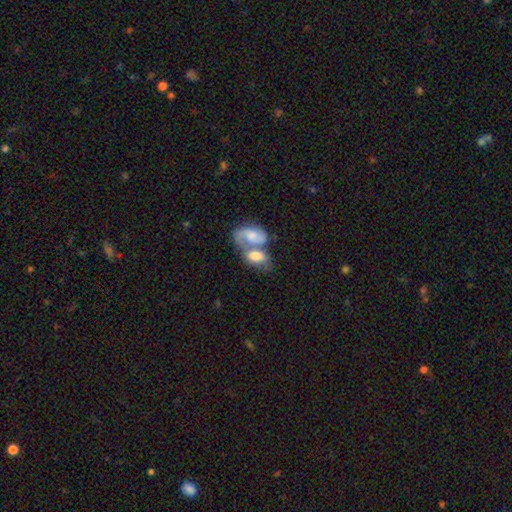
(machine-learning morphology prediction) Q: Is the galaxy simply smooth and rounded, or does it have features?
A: smooth — 53%.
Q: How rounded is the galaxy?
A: in between — 89%.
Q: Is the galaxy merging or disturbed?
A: merger — 72%.